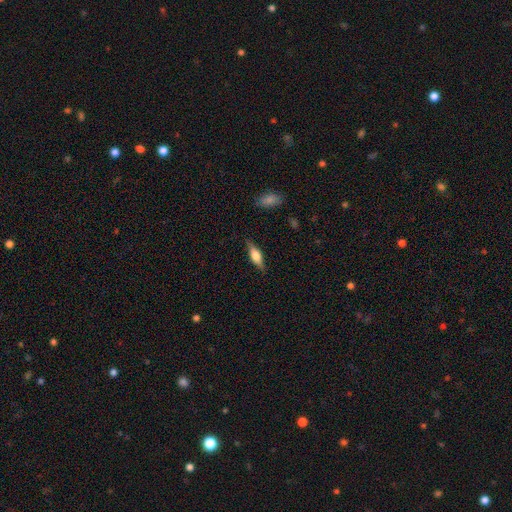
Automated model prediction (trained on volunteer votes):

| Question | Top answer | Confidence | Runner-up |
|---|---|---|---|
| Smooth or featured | smooth | 47% | featured or disk (46%) |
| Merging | none | 83% | minor disturbance (13%) |